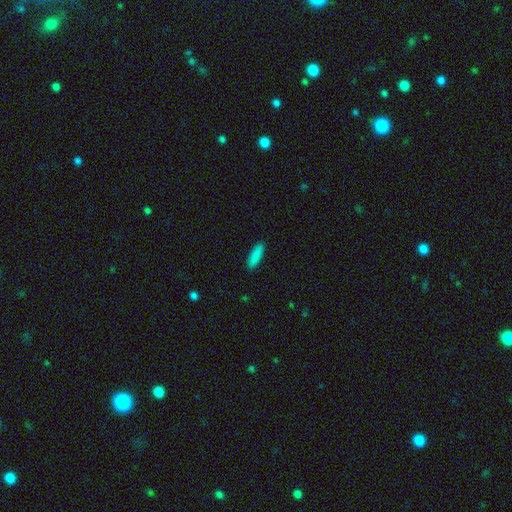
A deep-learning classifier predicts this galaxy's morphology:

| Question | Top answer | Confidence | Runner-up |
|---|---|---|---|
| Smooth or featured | smooth | 88% | star or artifact (7%) |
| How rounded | cigar-shaped | 59% | in between (40%) |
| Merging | none | 90% | minor disturbance (8%) |